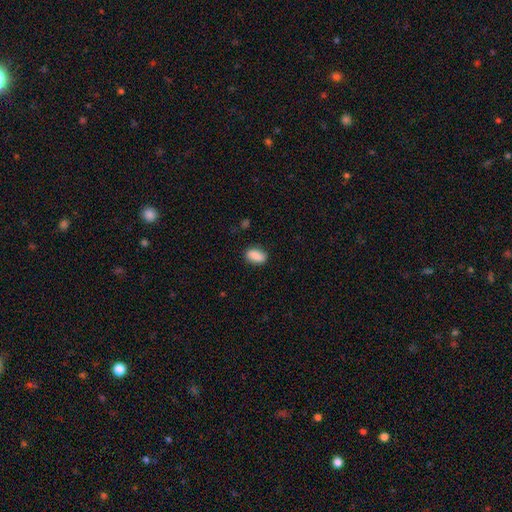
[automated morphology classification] This appears to be a smooth galaxy with no disk features (89%) that is in between round and cigar-shaped (89%). Merging: none (85%).